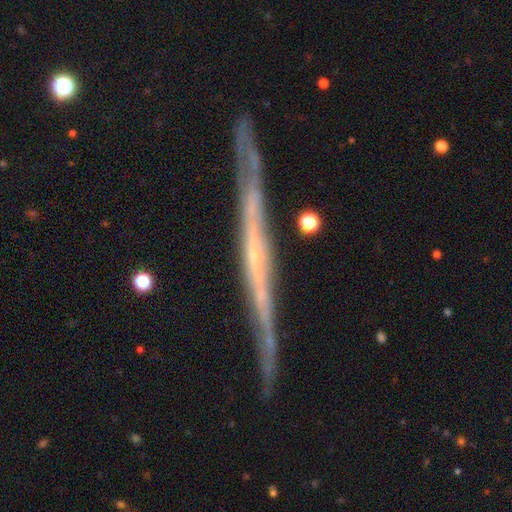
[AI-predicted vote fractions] Smooth or featured? featured or disk (81%)
Edge-on disk? yes (94%)
Edge-on bulge? none (68%)
Merging? none (82%)